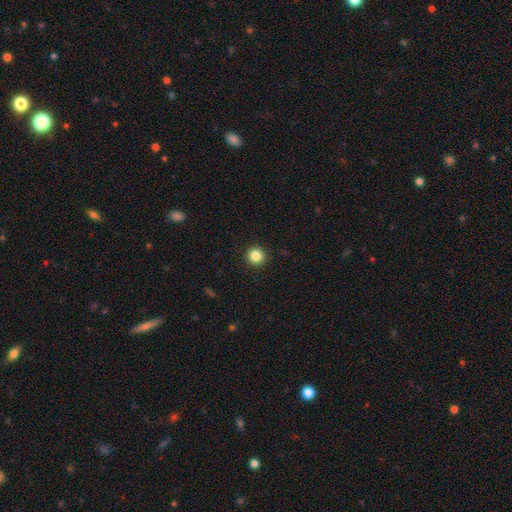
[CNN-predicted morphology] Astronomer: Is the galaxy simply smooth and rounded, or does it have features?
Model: smooth — 86%.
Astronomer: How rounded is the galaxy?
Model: round — 95%.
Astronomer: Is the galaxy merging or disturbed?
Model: none — 93%.